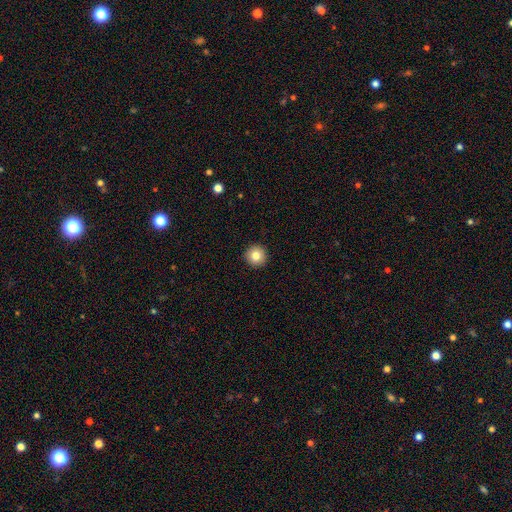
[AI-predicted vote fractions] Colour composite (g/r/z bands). It shows a smooth galaxy with no disk features (82%) that is round (96%). Merging: none (93%).